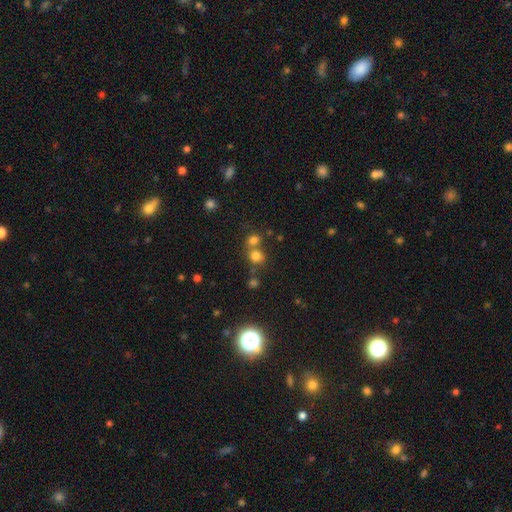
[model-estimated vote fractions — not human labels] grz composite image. It shows a smooth galaxy with no disk features (74%) that is round (77%). Merging: none (49%).